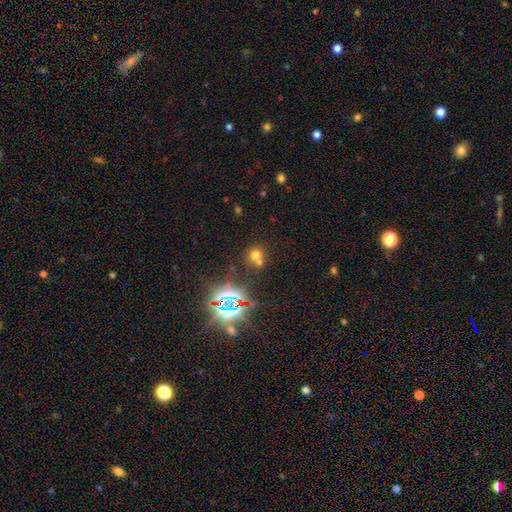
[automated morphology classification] type=smooth (58%); roundness=round (78%); merging=none (44%).